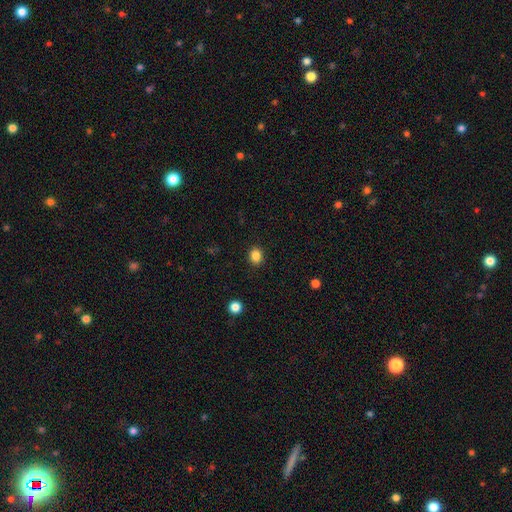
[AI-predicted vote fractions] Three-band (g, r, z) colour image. It shows a smooth galaxy with no disk features (86%) that is round (60%). Merging: none (90%).